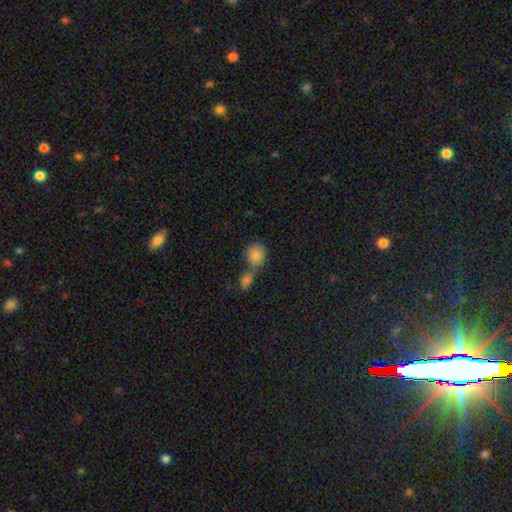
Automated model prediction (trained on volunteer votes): This appears to be a smooth galaxy with no disk features (85%) that is round (58%). Merging: merger (56%).